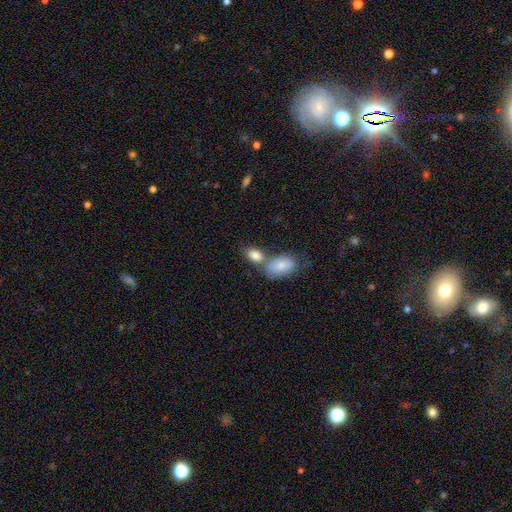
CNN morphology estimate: Q: Smooth or featured?
A: smooth (83%); runner-up: featured or disk (10%)
Q: How rounded?
A: in between (88%); runner-up: round (10%)
Q: Merging?
A: merger (47%); runner-up: none (38%)